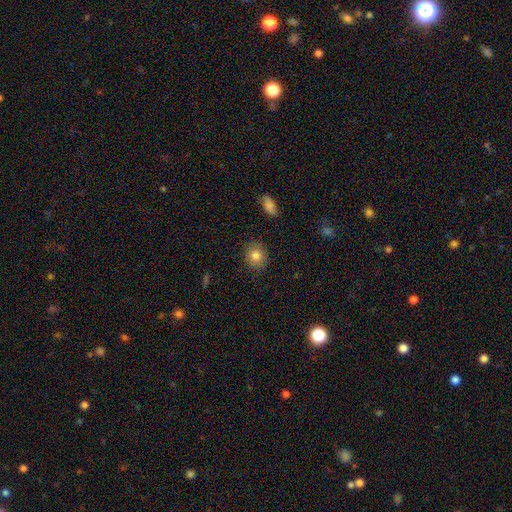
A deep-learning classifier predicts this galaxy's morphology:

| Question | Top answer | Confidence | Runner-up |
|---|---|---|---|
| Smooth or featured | smooth | 83% | star or artifact (10%) |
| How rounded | round | 78% | in between (21%) |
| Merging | none | 88% | minor disturbance (8%) |